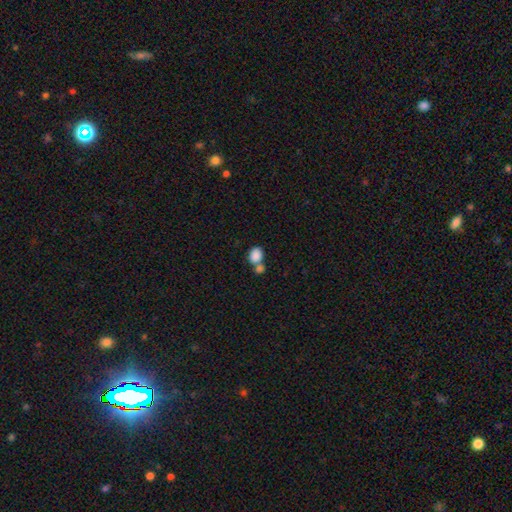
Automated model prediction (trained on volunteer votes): smooth_or_featured: smooth (p=0.86) [alt: star or artifact p=0.08]
how_rounded: in between (p=0.61) [alt: round p=0.38]
merging: merger (p=0.50) [alt: none p=0.37]